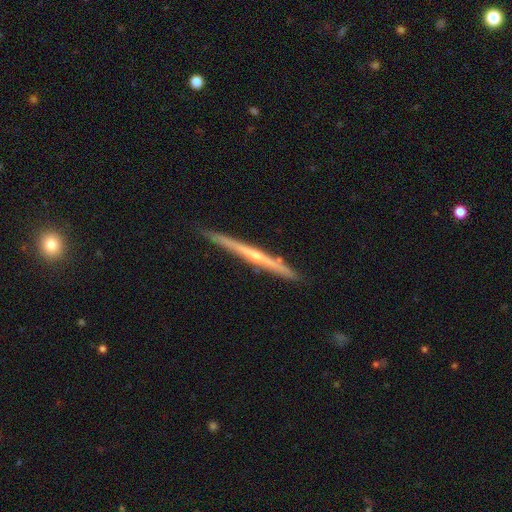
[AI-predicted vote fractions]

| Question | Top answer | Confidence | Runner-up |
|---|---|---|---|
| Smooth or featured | featured or disk | 77% | smooth (18%) |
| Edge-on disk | yes | 98% | no (2%) |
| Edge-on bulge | rounded | 62% | none (34%) |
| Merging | none | 89% | minor disturbance (8%) |